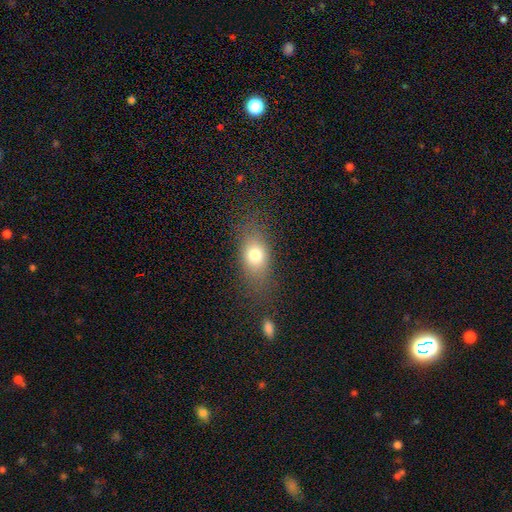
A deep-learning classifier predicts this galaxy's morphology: A smooth galaxy with no disk features (67%) that is in between round and cigar-shaped (65%).

Vote fractions:
- Smooth or featured? smooth: 67% / featured or disk: 17% / star or artifact: 15%
- How rounded? in between: 65% / cigar-shaped: 18% / round: 17%
- Merging? none: 79% / minor disturbance: 14% / major disturbance: 5% / merger: 3%